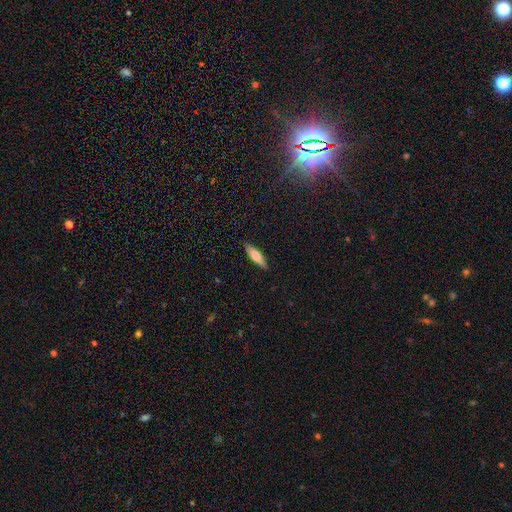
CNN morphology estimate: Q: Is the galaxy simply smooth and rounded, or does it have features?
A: smooth — 51%.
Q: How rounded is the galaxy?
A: cigar-shaped — 79%.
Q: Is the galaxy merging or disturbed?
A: none — 90%.